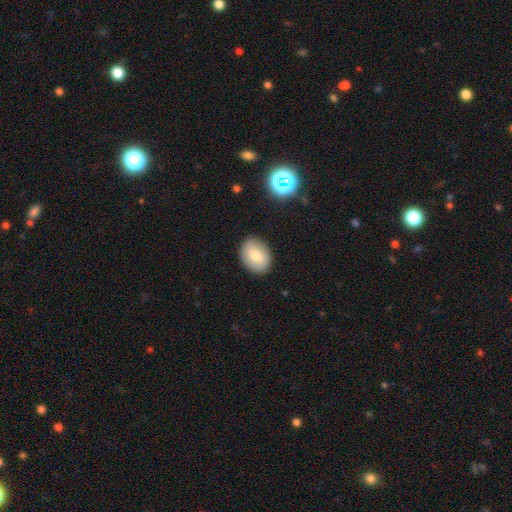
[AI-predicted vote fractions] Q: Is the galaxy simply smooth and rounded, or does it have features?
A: smooth — 73%.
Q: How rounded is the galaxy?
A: in between — 74%.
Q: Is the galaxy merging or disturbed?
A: none — 87%.